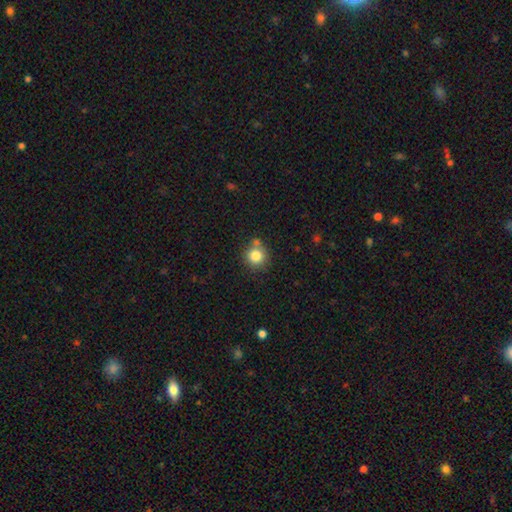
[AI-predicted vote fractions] Q: Smooth or featured?
A: smooth (83%); runner-up: star or artifact (11%)
Q: How rounded?
A: round (92%); runner-up: in between (7%)
Q: Merging?
A: none (71%); runner-up: merger (15%)